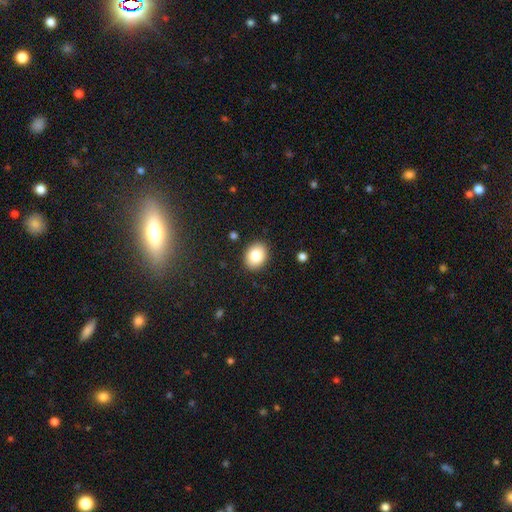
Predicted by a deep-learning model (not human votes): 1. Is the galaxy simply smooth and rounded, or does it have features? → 83% smooth, 9% featured or disk, 8% star or artifact.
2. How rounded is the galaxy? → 61% in between, 38% round, 1% cigar-shaped.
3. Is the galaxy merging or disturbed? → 89% none, 8% minor disturbance, 2% major disturbance, 1% merger.